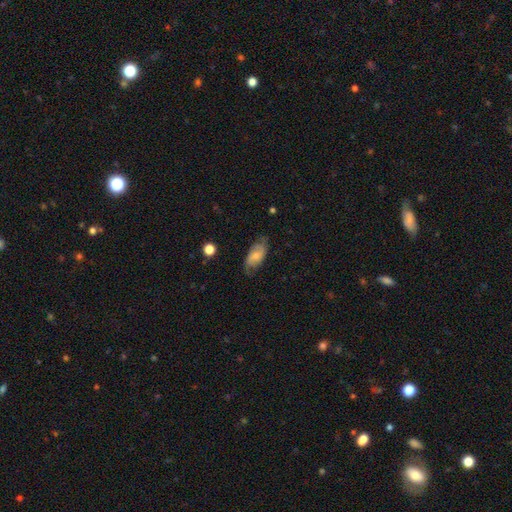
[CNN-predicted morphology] featured or disk 48%, smooth 44%, star or artifact 7%. Down the decision tree: merging — none (68%).